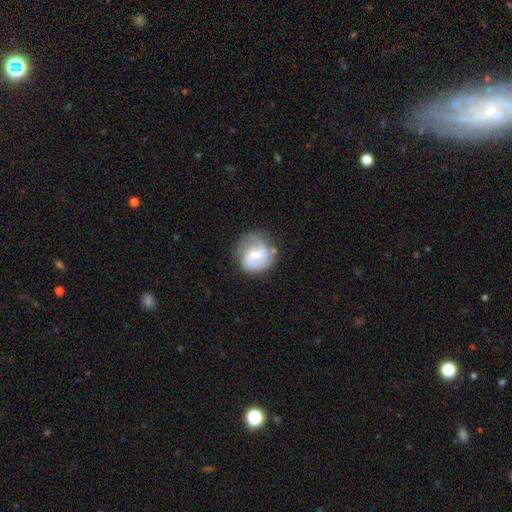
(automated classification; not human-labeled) Morphology: type=featured or disk (80%); edge-on=no (98%); bar=weak (52%); spiral arms=yes (95%); winding=medium (51%); arm count=2 (78%); bulge=small (48%); merging=none (66%).